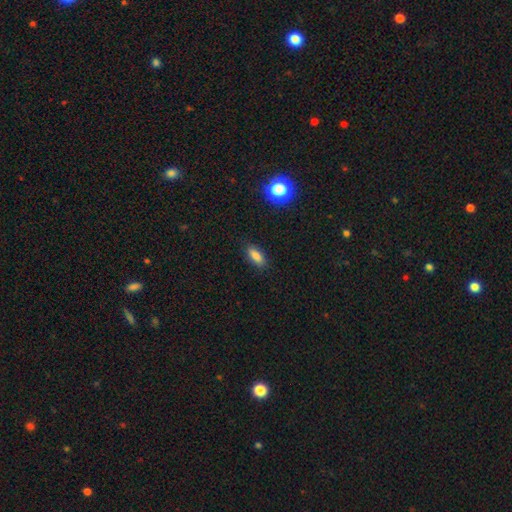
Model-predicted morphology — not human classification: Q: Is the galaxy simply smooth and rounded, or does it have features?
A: smooth — 84%.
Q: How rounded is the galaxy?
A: in between — 77%.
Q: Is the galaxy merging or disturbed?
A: none — 87%.